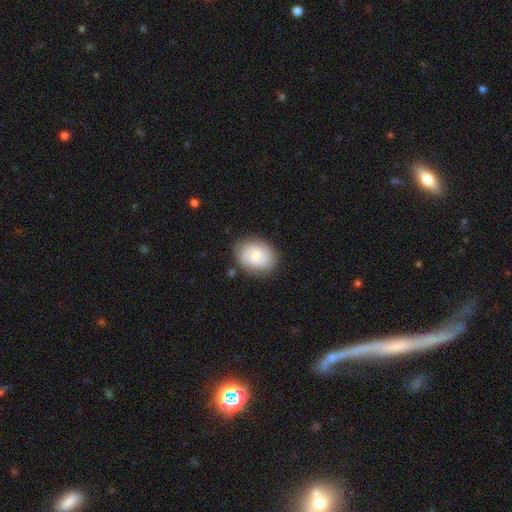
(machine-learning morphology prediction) smooth-or-featured: smooth: 52% | featured or disk: 41% | star or artifact: 7%
  how-rounded: in between: 56% | round: 43% | cigar-shaped: 1%
  merging: none: 81% | minor disturbance: 13% | major disturbance: 4% | merger: 2%